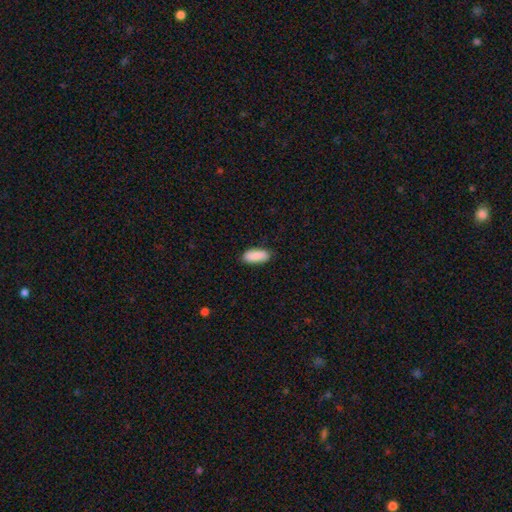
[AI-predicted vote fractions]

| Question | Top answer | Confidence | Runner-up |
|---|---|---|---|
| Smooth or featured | smooth | 89% | star or artifact (6%) |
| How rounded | in between | 82% | cigar-shaped (16%) |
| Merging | none | 85% | minor disturbance (12%) |